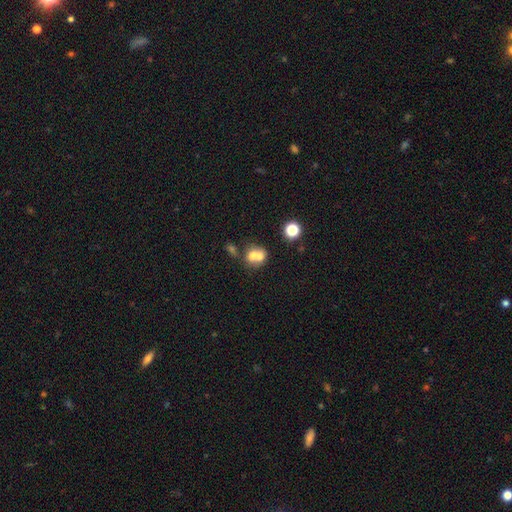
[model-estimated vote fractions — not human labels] smooth_or_featured: smooth (p=0.66) [alt: featured or disk p=0.22]
how_rounded: round (p=0.61) [alt: in between p=0.38]
merging: merger (p=0.65) [alt: none p=0.24]